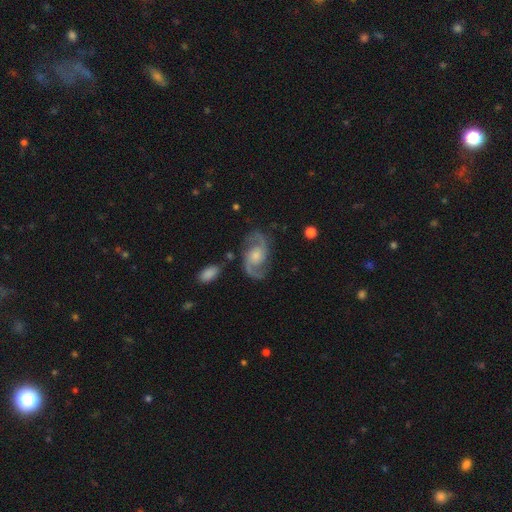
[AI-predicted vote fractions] Smooth or featured? featured or disk (89%)
Edge-on disk? no (97%)
Bar? no (61%)
Spiral arms? yes (98%)
Spiral winding? medium (55%)
Spiral arm count? 2 (93%)
Bulge size? moderate (43%)
Merging? none (78%)